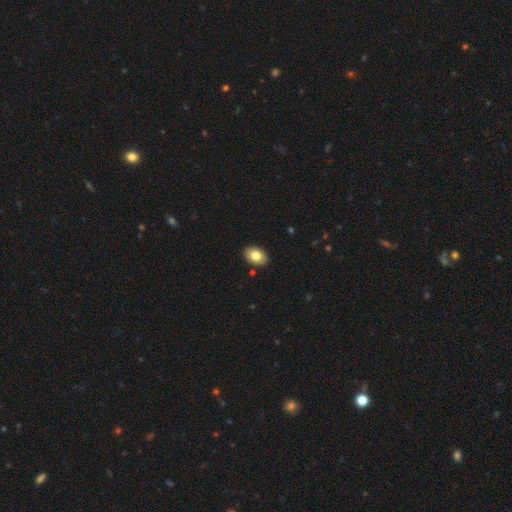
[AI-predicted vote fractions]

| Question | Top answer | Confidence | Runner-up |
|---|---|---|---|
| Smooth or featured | smooth | 80% | featured or disk (13%) |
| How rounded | in between | 86% | round (12%) |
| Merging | none | 90% | minor disturbance (8%) |